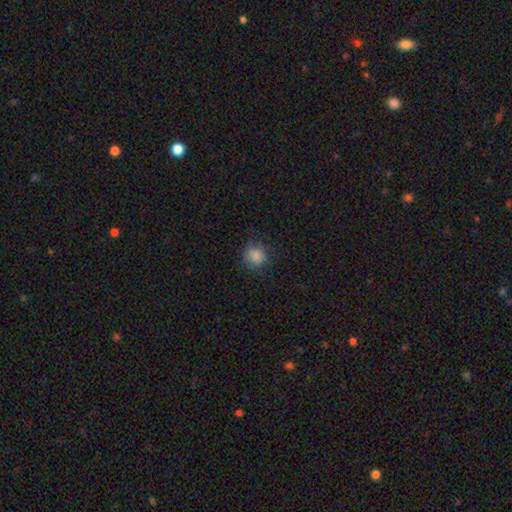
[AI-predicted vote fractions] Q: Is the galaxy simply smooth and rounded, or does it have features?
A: smooth — 85%.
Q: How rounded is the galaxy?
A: round — 88%.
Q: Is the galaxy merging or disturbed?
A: none — 82%.